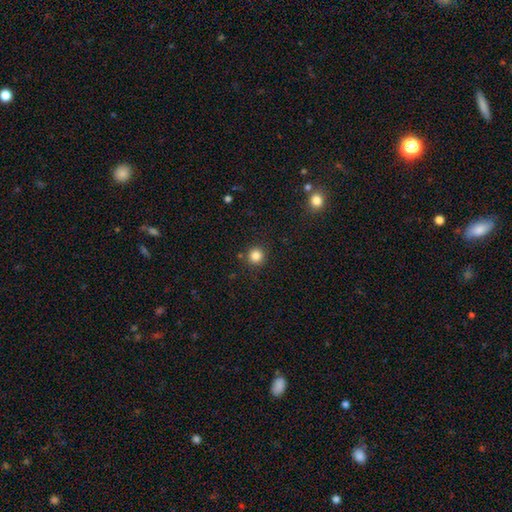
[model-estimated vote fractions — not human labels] Smooth or featured?
  - smooth: 84% *
  - star or artifact: 12%
  - featured or disk: 4%
How rounded?
  - round: 94% *
  - in between: 5%
  - cigar-shaped: 1%
Merging?
  - none: 89% *
  - minor disturbance: 7%
  - merger: 3%
  - major disturbance: 2%